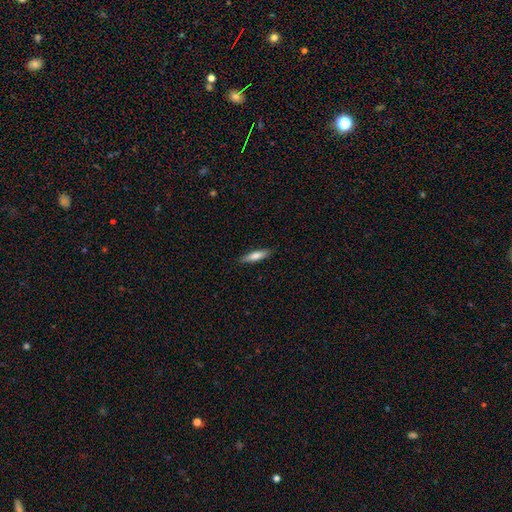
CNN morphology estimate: Smooth or featured? smooth (72%)
How rounded? cigar-shaped (72%)
Merging? none (88%)